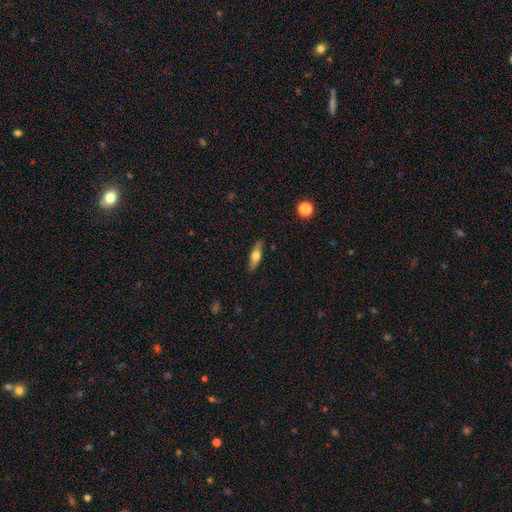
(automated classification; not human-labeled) Smooth or featured: smooth — 52% (featured or disk — 41%)
How rounded: cigar-shaped — 56% (in between — 41%)
Merging: none — 86% (minor disturbance — 10%)